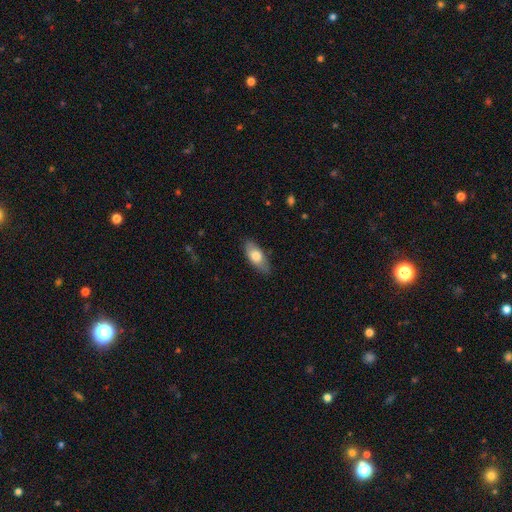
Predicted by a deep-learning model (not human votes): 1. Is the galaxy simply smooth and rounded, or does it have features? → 73% smooth, 21% featured or disk, 6% star or artifact.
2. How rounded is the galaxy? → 84% in between, 13% cigar-shaped, 3% round.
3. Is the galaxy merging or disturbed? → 81% none, 15% minor disturbance, 3% major disturbance, 1% merger.